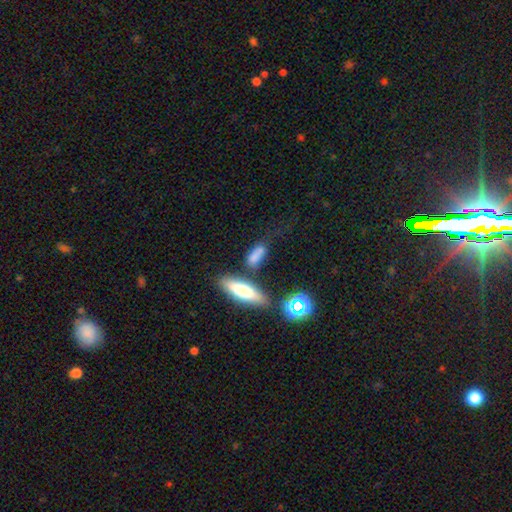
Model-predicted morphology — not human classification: Q: Smooth or featured?
A: smooth (73%); runner-up: featured or disk (14%)
Q: How rounded?
A: in between (57%); runner-up: cigar-shaped (35%)
Q: Merging?
A: none (52%); runner-up: merger (20%)